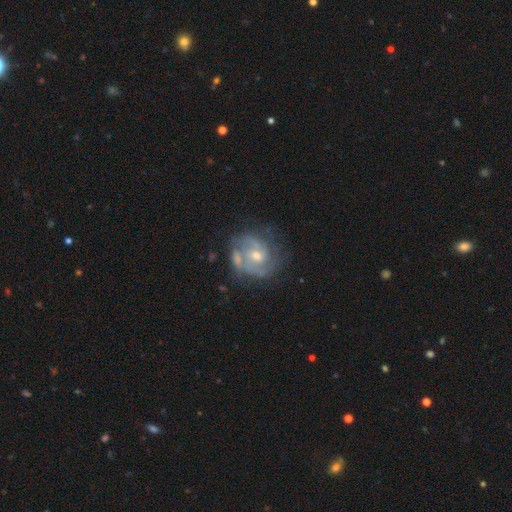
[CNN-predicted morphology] A featured or disk galaxy (81%) with no bar (60%), 2 (45%) medium (44%) spiral arms (89%) and a moderate central bulge (61%). Merging: none (58%).